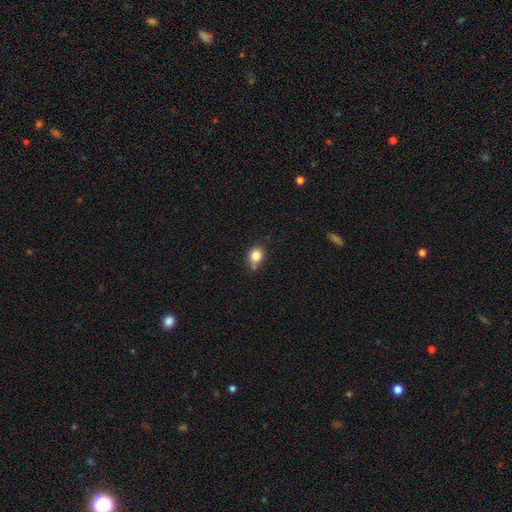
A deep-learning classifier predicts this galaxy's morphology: The model was most divided on "how rounded": round: 61%, in between: 38%, cigar-shaped: 1%. More confident: smooth or featured — smooth (84%); merging — none (66%).